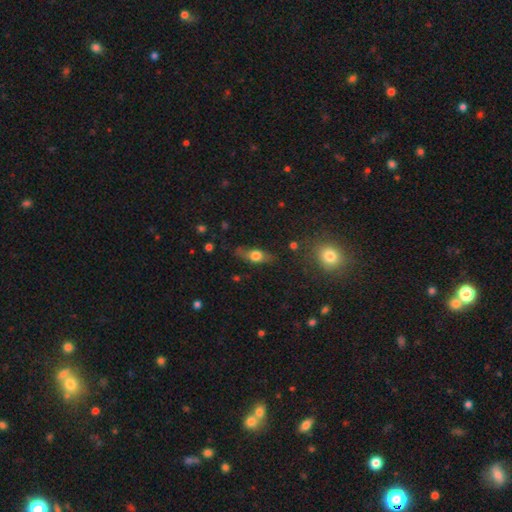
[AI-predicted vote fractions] smooth-or-featured: smooth: 57% | featured or disk: 34% | star or artifact: 9%
  how-rounded: in between: 62% | cigar-shaped: 28% | round: 10%
  merging: none: 76% | minor disturbance: 17% | major disturbance: 5% | merger: 2%